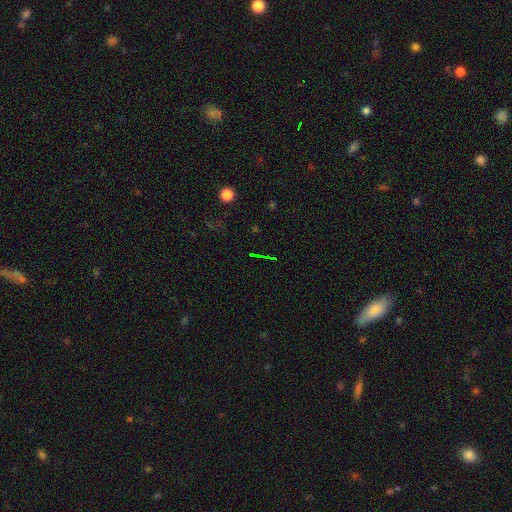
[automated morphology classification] star or artifact 73%, smooth 14%, featured or disk 13%.